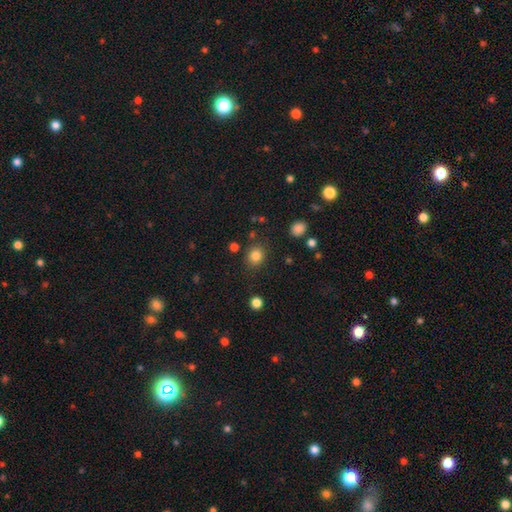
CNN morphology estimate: smooth_or_featured: smooth (p=0.83) [alt: star or artifact p=0.12]
how_rounded: round (p=0.76) [alt: in between p=0.23]
merging: none (p=0.85) [alt: minor disturbance p=0.09]